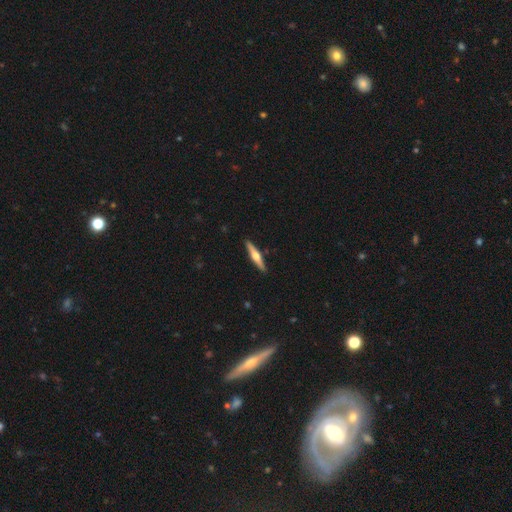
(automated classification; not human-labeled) Smooth or featured: featured or disk — 63% (smooth — 32%)
Edge-on disk: yes — 97% (no — 3%)
Edge-on bulge: rounded — 93% (boxy — 4%)
Merging: none — 91% (minor disturbance — 7%)